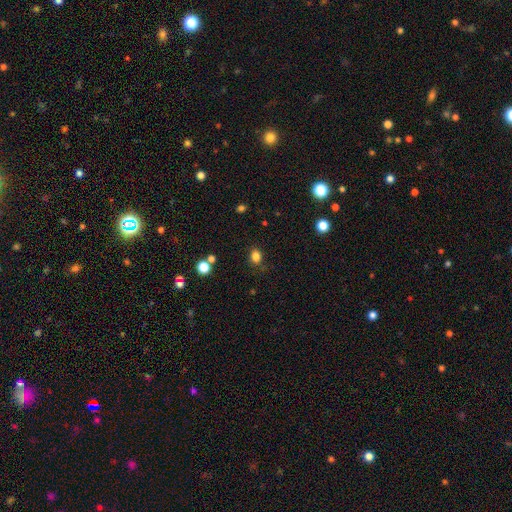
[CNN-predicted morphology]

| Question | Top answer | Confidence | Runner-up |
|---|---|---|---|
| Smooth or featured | smooth | 82% | star or artifact (13%) |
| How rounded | round | 54% | in between (45%) |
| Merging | none | 81% | minor disturbance (13%) |